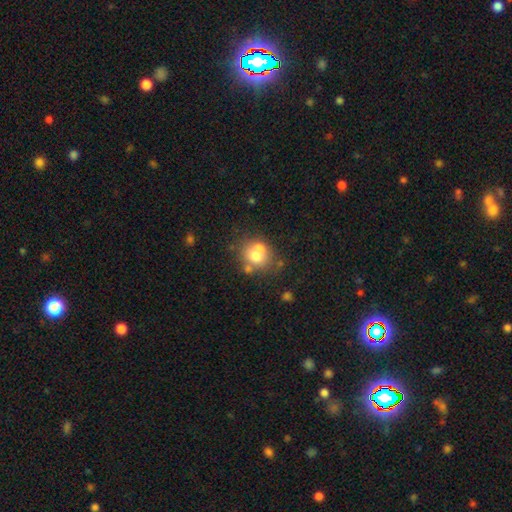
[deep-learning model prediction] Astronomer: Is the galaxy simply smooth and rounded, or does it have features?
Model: smooth — 66%.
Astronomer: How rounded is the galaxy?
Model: round — 79%.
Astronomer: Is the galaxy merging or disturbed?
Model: none — 47% (runner-up: merger, 35%).